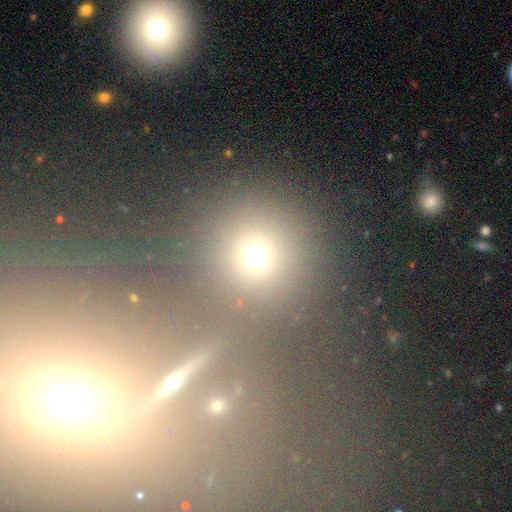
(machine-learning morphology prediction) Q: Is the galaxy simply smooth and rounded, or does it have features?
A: smooth — 59%.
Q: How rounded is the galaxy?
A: round — 91%.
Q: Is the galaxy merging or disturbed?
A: none — 73%.